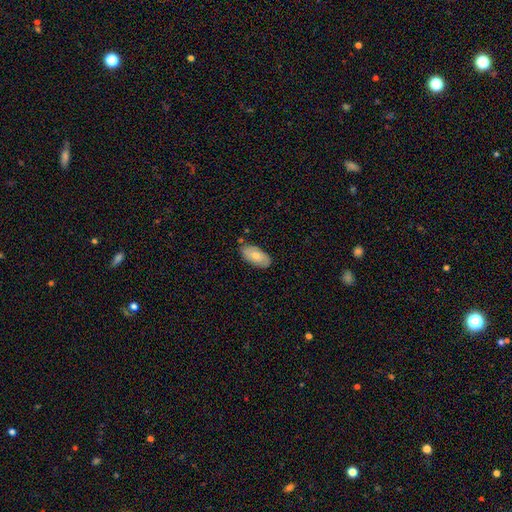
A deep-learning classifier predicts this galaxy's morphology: smooth-or-featured: smooth: 68% | featured or disk: 26% | star or artifact: 6%
  how-rounded: in between: 94% | cigar-shaped: 3% | round: 3%
  merging: none: 79% | minor disturbance: 16% | merger: 3% | major disturbance: 3%